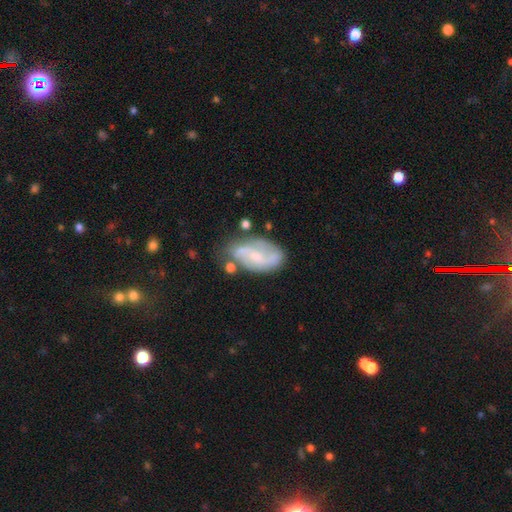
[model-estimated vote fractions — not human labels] featured or disk 71%, smooth 22%, star or artifact 7%. Down the decision tree: edge-on disk — no (96%); bar — weak (46%); spiral arms — yes (88%); spiral arm count — 2 (77%); spiral winding — loose (43%); bulge size — small (60%); merging — none (61%).